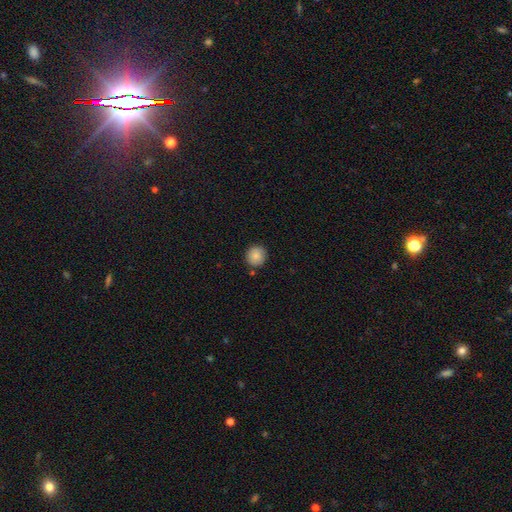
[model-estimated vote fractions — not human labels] Q: Smooth or featured?
A: smooth (85%); runner-up: star or artifact (8%)
Q: How rounded?
A: round (92%); runner-up: in between (7%)
Q: Merging?
A: none (85%); runner-up: minor disturbance (10%)